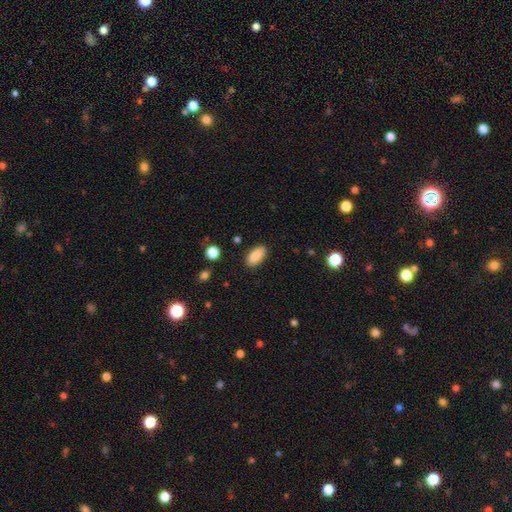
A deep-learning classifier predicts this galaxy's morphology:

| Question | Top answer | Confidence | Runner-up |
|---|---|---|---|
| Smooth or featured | smooth | 87% | star or artifact (7%) |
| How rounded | in between | 89% | cigar-shaped (9%) |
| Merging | none | 87% | minor disturbance (10%) |